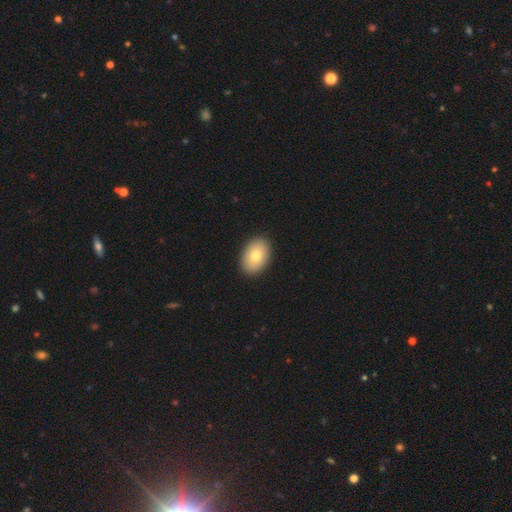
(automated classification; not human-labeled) This appears to be a smooth galaxy with no disk features (79%) that is in between round and cigar-shaped (86%). Merging: none (91%).